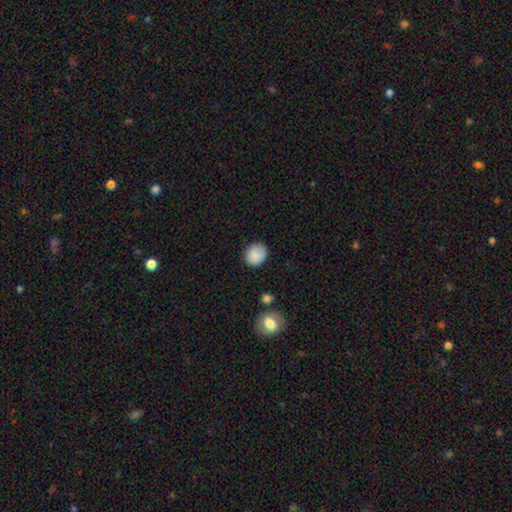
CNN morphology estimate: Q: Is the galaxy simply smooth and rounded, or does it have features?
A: smooth — 85%.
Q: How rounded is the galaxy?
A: round — 72%.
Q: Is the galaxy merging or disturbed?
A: none — 83%.